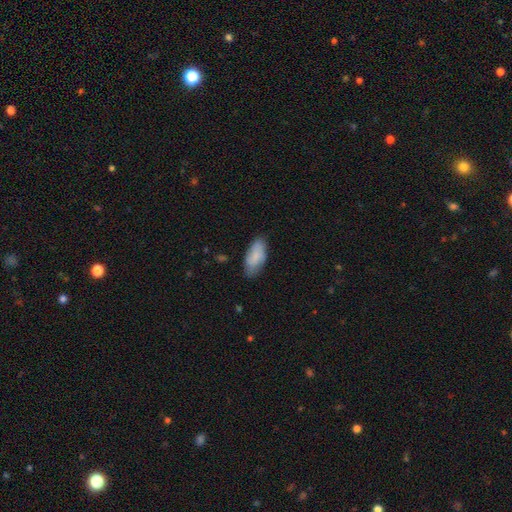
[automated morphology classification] Smooth or featured? smooth (81%)
How rounded? in between (90%)
Merging? none (71%)